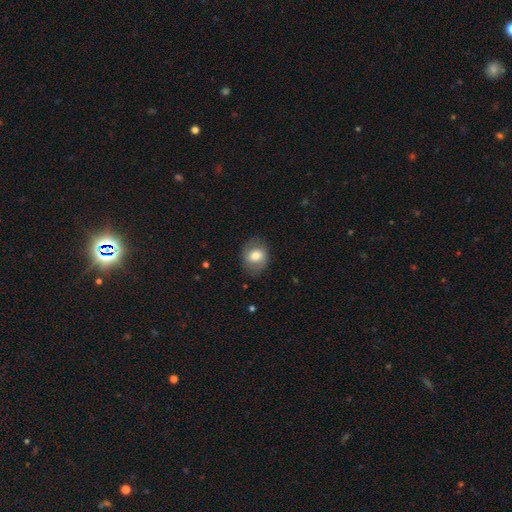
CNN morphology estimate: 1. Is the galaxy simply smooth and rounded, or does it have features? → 65% smooth, 27% featured or disk, 8% star or artifact.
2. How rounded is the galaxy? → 52% round, 47% in between, 1% cigar-shaped.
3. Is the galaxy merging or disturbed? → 78% none, 15% minor disturbance, 6% major disturbance, 1% merger.